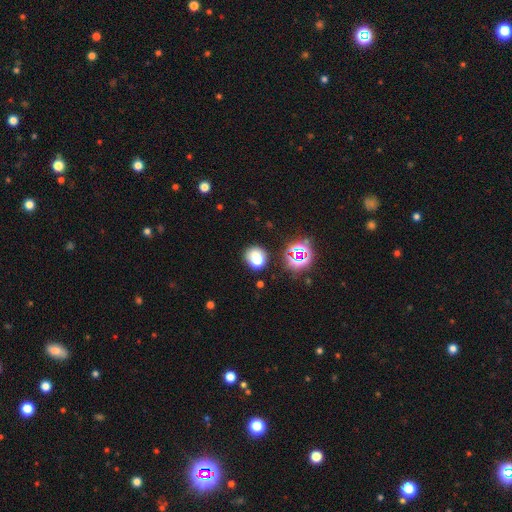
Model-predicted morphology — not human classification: Smooth or featured: smooth — 62% (star or artifact — 20%)
How rounded: round — 64% (in between — 35%)
Merging: none — 53% (merger — 21%)